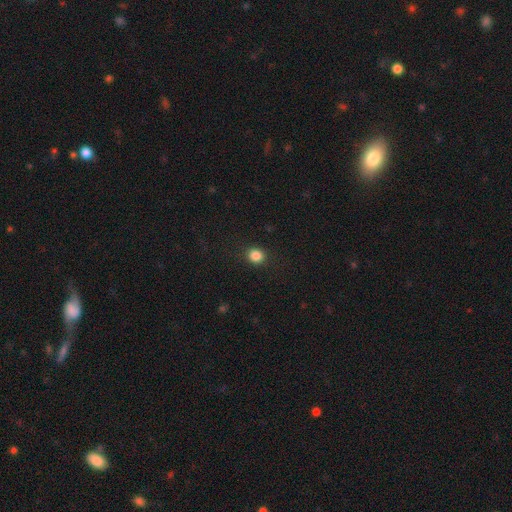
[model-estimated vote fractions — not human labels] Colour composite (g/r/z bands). It shows a smooth galaxy with no disk features (85%) that is round (83%). Merging: none (88%).